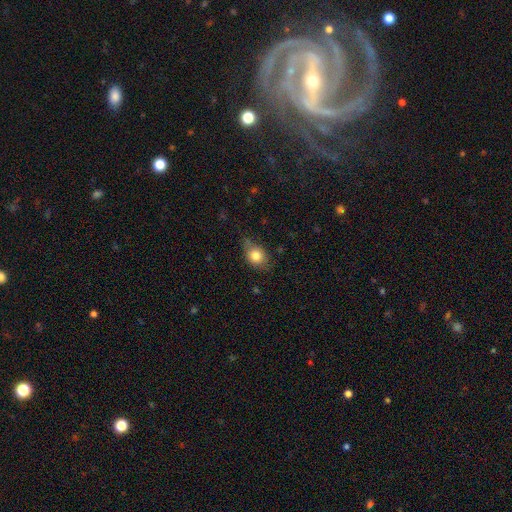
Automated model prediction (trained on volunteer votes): Smooth or featured? Predicted: smooth (p=0.79). How rounded? Predicted: in between (p=0.56). Merging? Predicted: none (p=0.57).